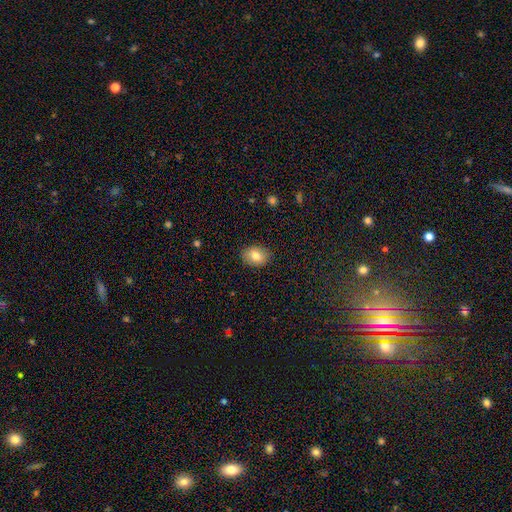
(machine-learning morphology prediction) Smooth or featured? smooth (80%)
How rounded? in between (63%)
Merging? none (88%)